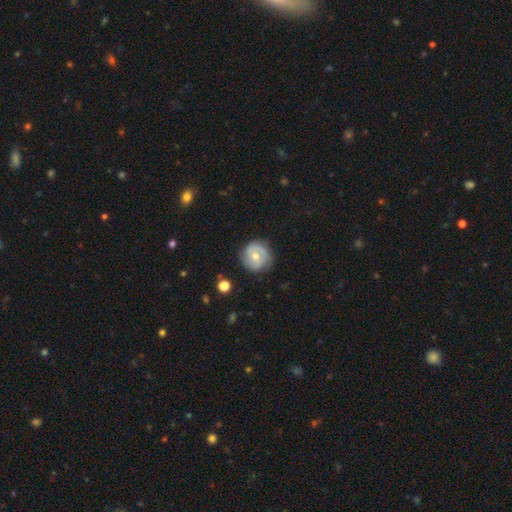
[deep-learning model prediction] Q: Smooth or featured?
A: featured or disk (60%); runner-up: smooth (33%)
Q: Edge-on disk?
A: no (97%); runner-up: yes (3%)
Q: Bar?
A: no (58%); runner-up: weak (34%)
Q: Spiral arms?
A: yes (79%); runner-up: no (21%)
Q: Bulge size?
A: moderate (65%); runner-up: small (32%)
Q: Merging?
A: none (80%); runner-up: minor disturbance (15%)